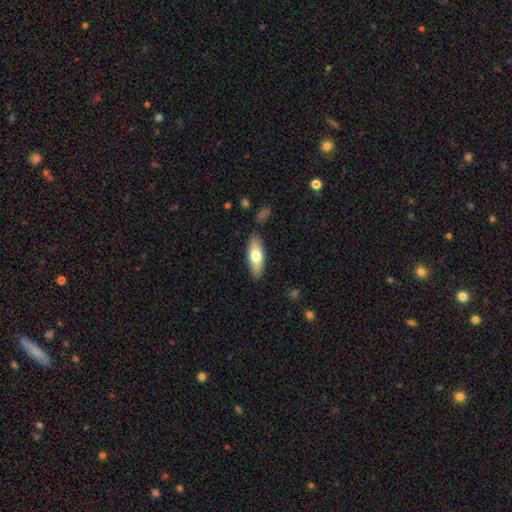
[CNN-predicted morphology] type=smooth (68%); roundness=in between (69%); merging=none (86%).